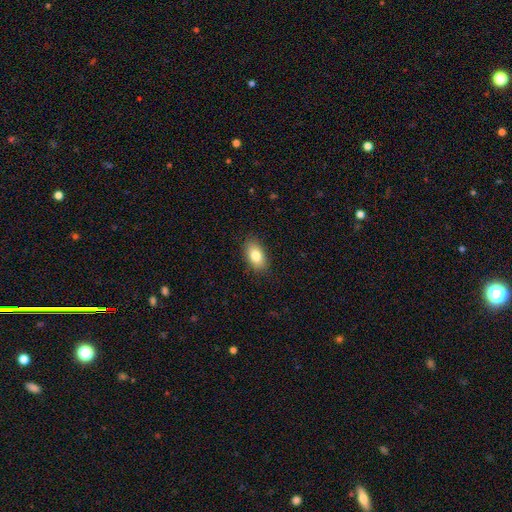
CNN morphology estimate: A smooth galaxy with no disk features (83%) that is in between round and cigar-shaped (92%).

Vote fractions:
- Smooth or featured? smooth: 83% / featured or disk: 10% / star or artifact: 7%
- How rounded? in between: 92% / round: 5% / cigar-shaped: 3%
- Merging? none: 87% / minor disturbance: 10% / major disturbance: 2% / merger: 1%